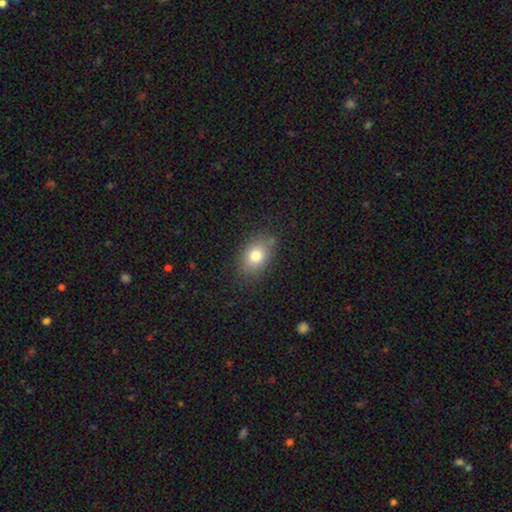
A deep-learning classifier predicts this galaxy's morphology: A smooth galaxy with no disk features (79%) that is in between round and cigar-shaped (79%). Merging: none (80%).